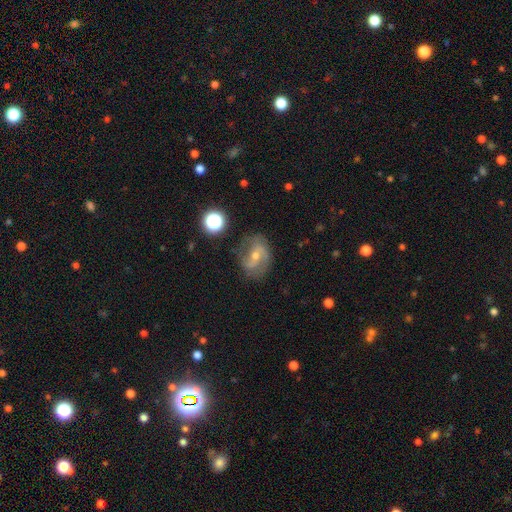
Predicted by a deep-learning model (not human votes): The model was most divided on "bulge size": small: 50%, moderate: 46%, large: 1%, none: 1%, dominant: 1%. Remaining: edge-on disk — no (96%); spiral arms — yes (90%); smooth or featured — featured or disk (75%); merging — none (75%); spiral arm count — 2 (74%); spiral winding — medium (46%); bar — weak (45%).